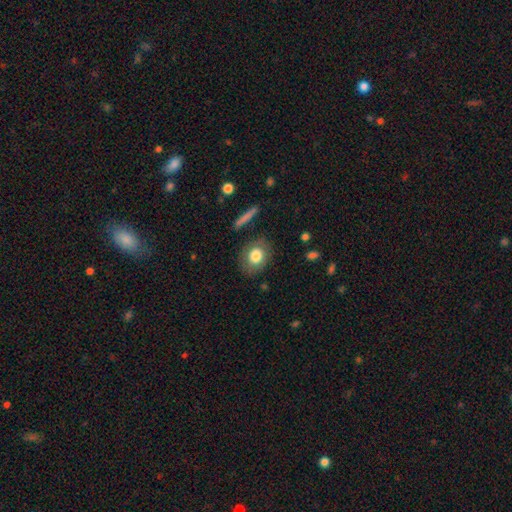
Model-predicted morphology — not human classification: Smooth or featured? smooth (77%)
How rounded? in between (56%)
Merging? none (80%)